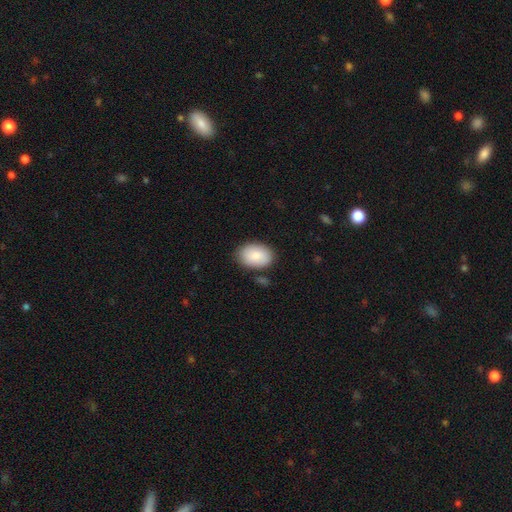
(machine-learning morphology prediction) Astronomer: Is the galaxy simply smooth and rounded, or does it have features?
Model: smooth — 87%.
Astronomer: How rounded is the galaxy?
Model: in between — 85%.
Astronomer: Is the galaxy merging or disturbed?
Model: none — 80%.